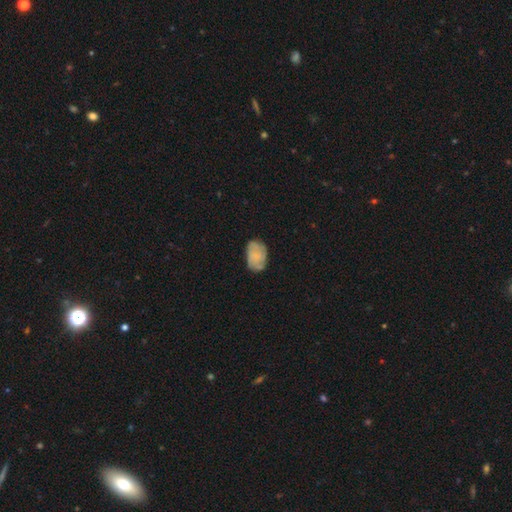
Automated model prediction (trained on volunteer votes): smooth-or-featured: smooth: 61% | featured or disk: 31% | star or artifact: 8%
  how-rounded: in between: 87% | round: 12% | cigar-shaped: 1%
  merging: none: 66% | minor disturbance: 25% | major disturbance: 7% | merger: 2%